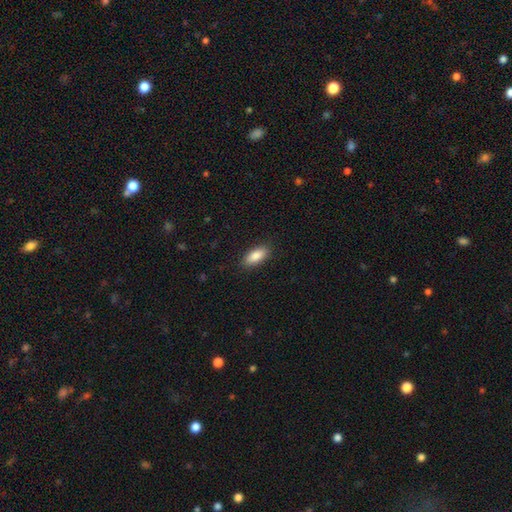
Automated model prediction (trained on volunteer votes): Smooth or featured? smooth (87%)
How rounded? in between (86%)
Merging? none (88%)